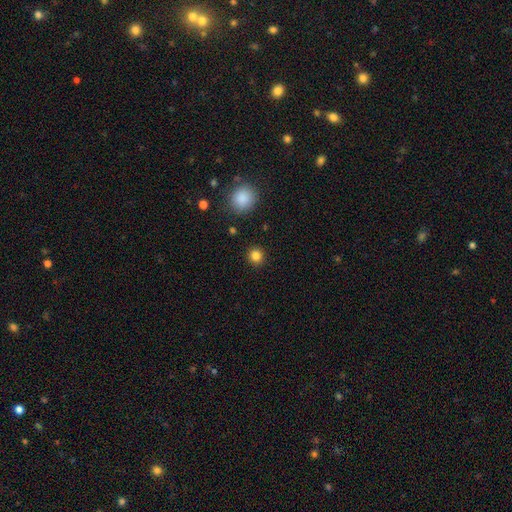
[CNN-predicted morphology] Smooth or featured: smooth — 83% (star or artifact — 13%)
How rounded: round — 92% (in between — 7%)
Merging: none — 91% (minor disturbance — 6%)